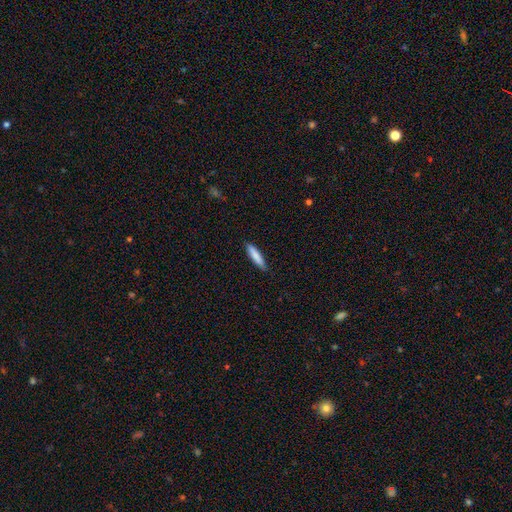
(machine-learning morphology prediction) Overall: smooth (84%). How rounded: cigar-shaped (83%). Merging: none (87%).